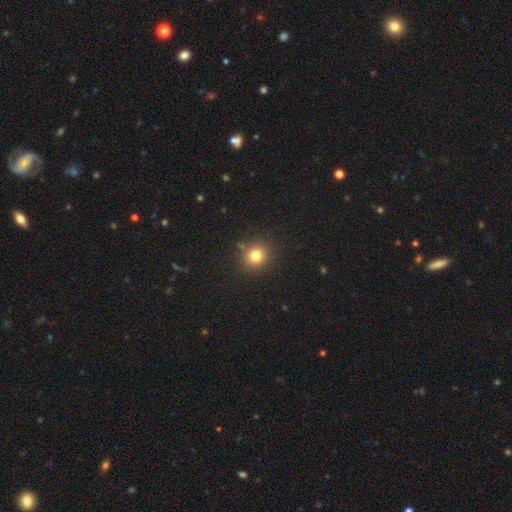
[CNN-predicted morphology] type=smooth (79%); roundness=round (85%); merging=none (85%).